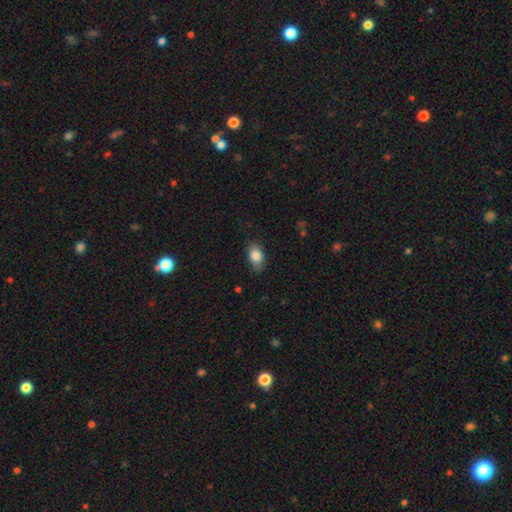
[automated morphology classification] Q: Smooth or featured?
A: smooth (85%); runner-up: featured or disk (8%)
Q: How rounded?
A: in between (85%); runner-up: round (13%)
Q: Merging?
A: none (78%); runner-up: minor disturbance (18%)